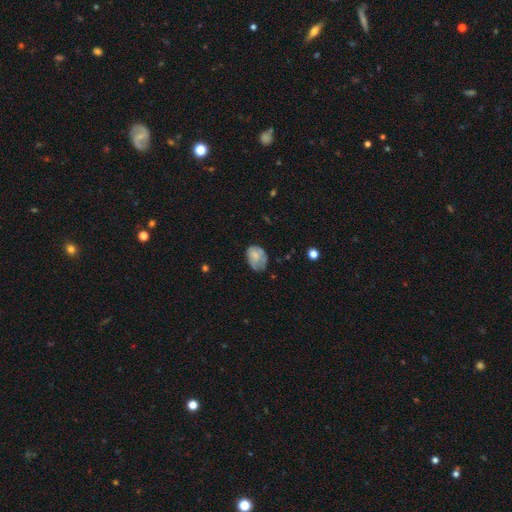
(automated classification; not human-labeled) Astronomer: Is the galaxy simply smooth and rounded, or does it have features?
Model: smooth — 65%.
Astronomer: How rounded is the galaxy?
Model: in between — 67%.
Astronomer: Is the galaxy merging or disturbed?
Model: none — 45% (runner-up: minor disturbance, 34%).